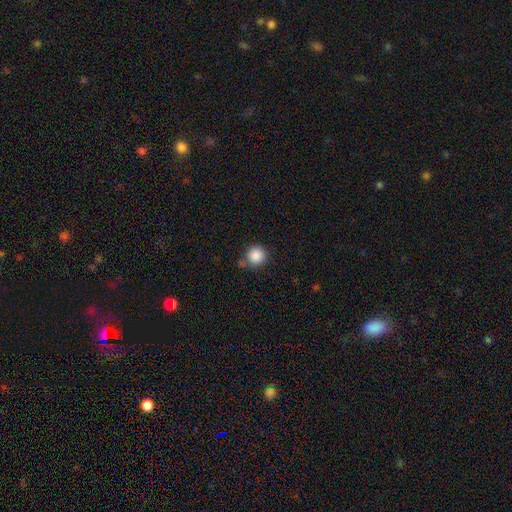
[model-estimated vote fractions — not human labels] smooth-or-featured: smooth: 87% | star or artifact: 9% | featured or disk: 3%
  how-rounded: round: 92% | in between: 7% | cigar-shaped: 1%
  merging: none: 73% | minor disturbance: 17% | merger: 6% | major disturbance: 5%